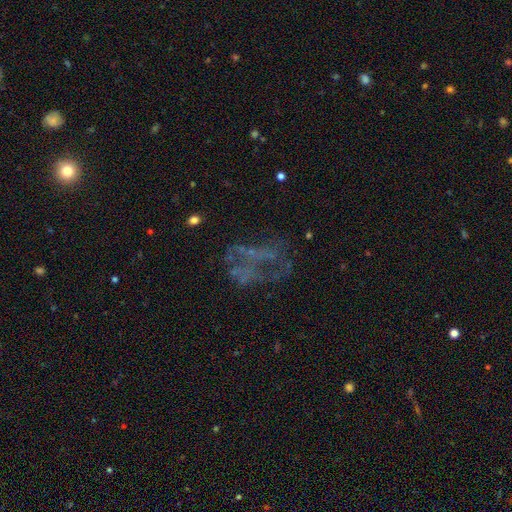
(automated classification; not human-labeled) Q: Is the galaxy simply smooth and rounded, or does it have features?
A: featured or disk — 51%.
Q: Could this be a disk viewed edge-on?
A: no — 96%.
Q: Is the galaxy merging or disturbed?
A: none — 43%.